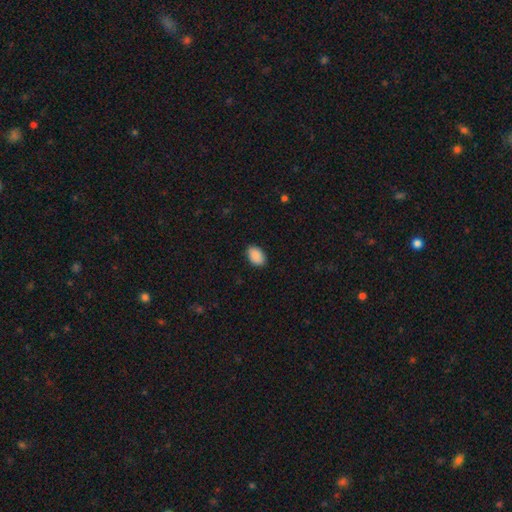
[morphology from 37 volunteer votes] Overall: smooth (97%). How rounded: in between (89%). Merging: none (83%).